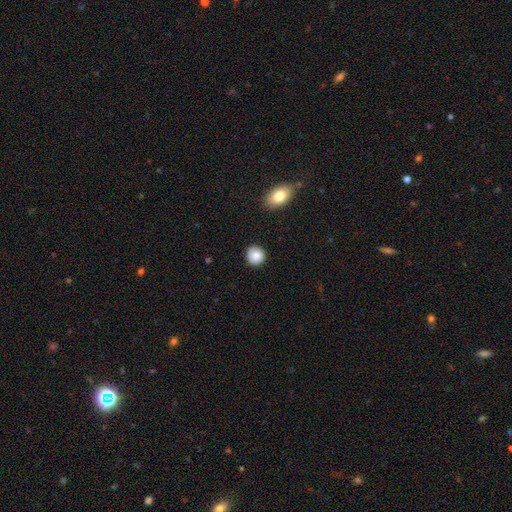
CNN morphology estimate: smooth 86%, star or artifact 8%, featured or disk 5%. Down the decision tree: how rounded — round (91%); merging — none (87%).